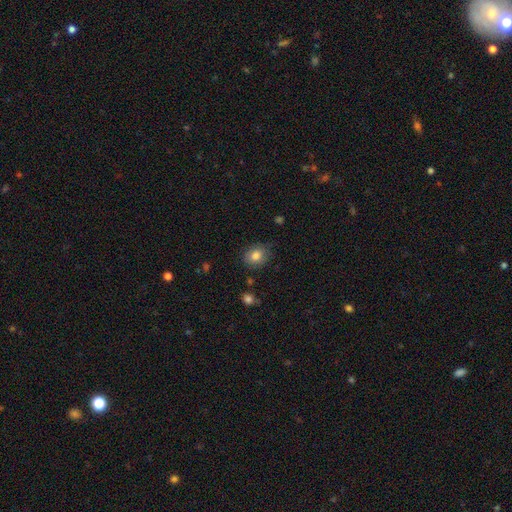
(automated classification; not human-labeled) Smooth or featured?
  - smooth: 83% *
  - star or artifact: 9%
  - featured or disk: 8%
How rounded?
  - round: 53% *
  - in between: 46%
  - cigar-shaped: 1%
Merging?
  - none: 78% *
  - minor disturbance: 17%
  - major disturbance: 3%
  - merger: 2%